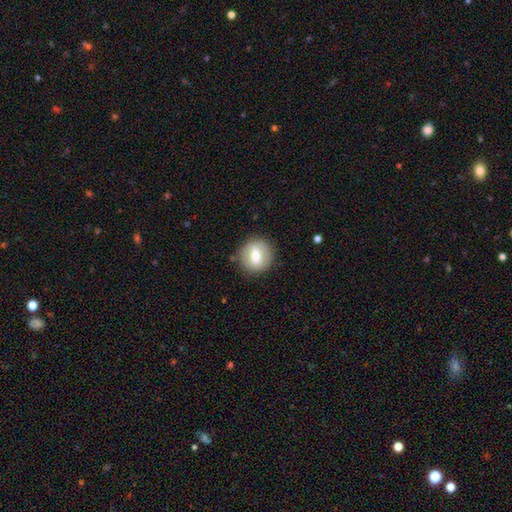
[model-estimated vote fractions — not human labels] Smooth or featured?
  - smooth: 62% *
  - featured or disk: 30%
  - star or artifact: 8%
How rounded?
  - round: 88% *
  - in between: 11%
  - cigar-shaped: 1%
Merging?
  - none: 86% *
  - minor disturbance: 9%
  - major disturbance: 3%
  - merger: 2%